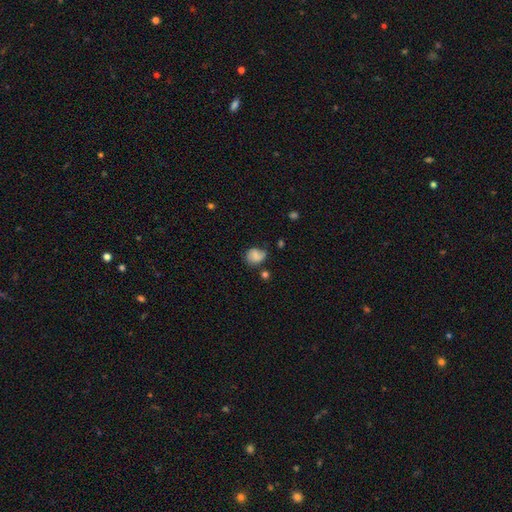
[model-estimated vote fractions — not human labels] Q: Smooth or featured?
A: smooth (68%); runner-up: featured or disk (22%)
Q: How rounded?
A: round (58%); runner-up: in between (41%)
Q: Merging?
A: none (47%); runner-up: minor disturbance (32%)